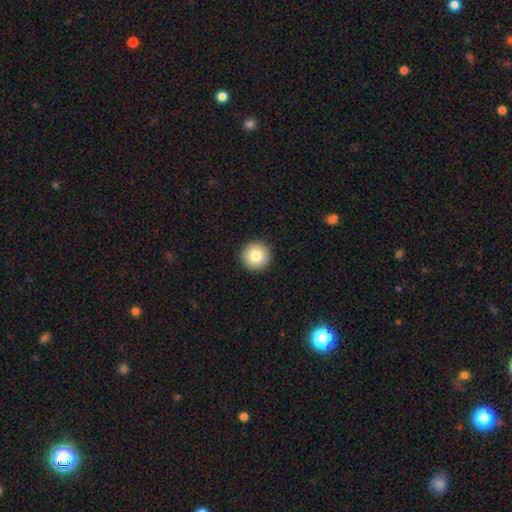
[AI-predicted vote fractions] Morphology: type=smooth (81%); roundness=round (96%); merging=none (93%).